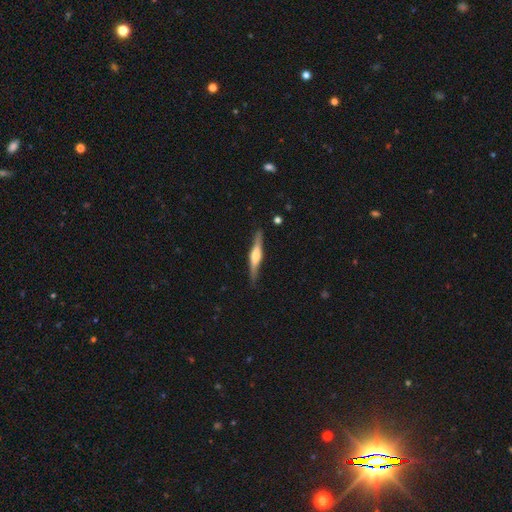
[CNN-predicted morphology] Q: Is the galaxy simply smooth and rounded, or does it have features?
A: featured or disk — 72%.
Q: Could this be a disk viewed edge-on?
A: yes — 97%.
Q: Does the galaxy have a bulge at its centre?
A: rounded — 87%.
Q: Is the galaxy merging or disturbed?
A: none — 88%.